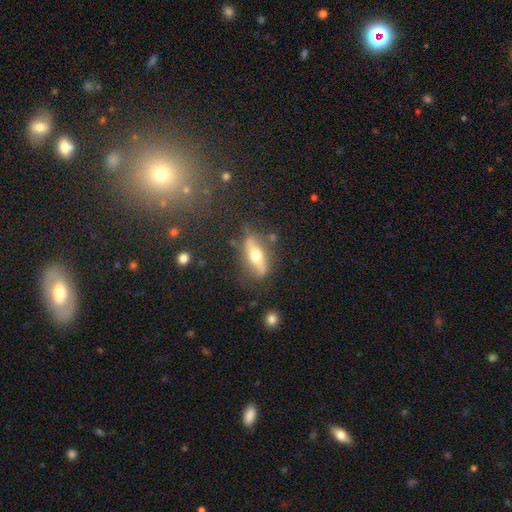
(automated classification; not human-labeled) featured or disk 56%, smooth 36%, star or artifact 8%. Down the decision tree: edge-on disk — yes (55%); merging — none (71%).